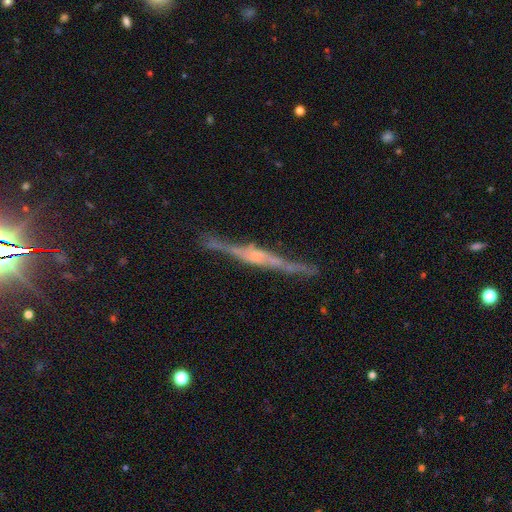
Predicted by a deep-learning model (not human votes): Q: Smooth or featured?
A: featured or disk (83%); runner-up: smooth (10%)
Q: Edge-on disk?
A: yes (97%); runner-up: no (3%)
Q: Edge-on bulge?
A: rounded (58%); runner-up: boxy (24%)
Q: Merging?
A: none (84%); runner-up: minor disturbance (11%)